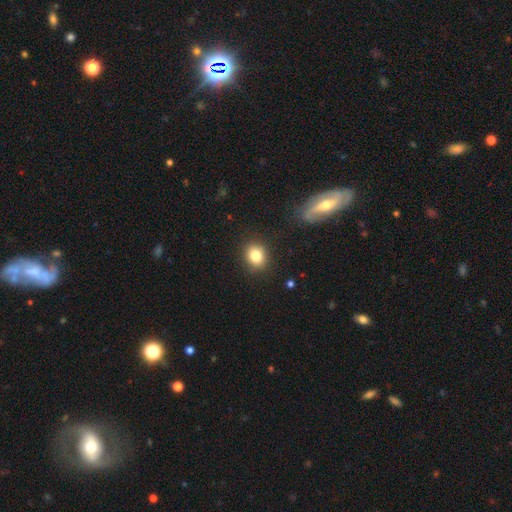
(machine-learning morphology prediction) Smooth or featured? smooth (82%)
How rounded? round (68%)
Merging? none (88%)